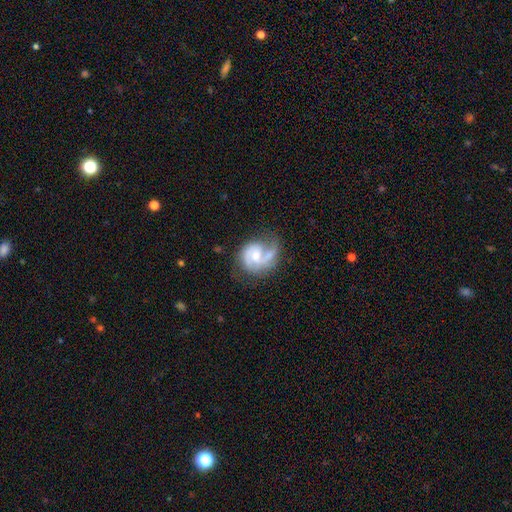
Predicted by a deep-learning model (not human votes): Smooth or featured: featured or disk — 82% (smooth — 13%)
Edge-on disk: no — 98% (yes — 2%)
Bar: no — 54% (weak — 39%)
Spiral arms: yes — 95% (no — 5%)
Spiral winding: medium — 49% (tight — 29%)
Spiral arm count: 2 — 60% (1 — 23%)
Bulge size: moderate — 51% (small — 38%)
Merging: none — 52% (minor disturbance — 23%)